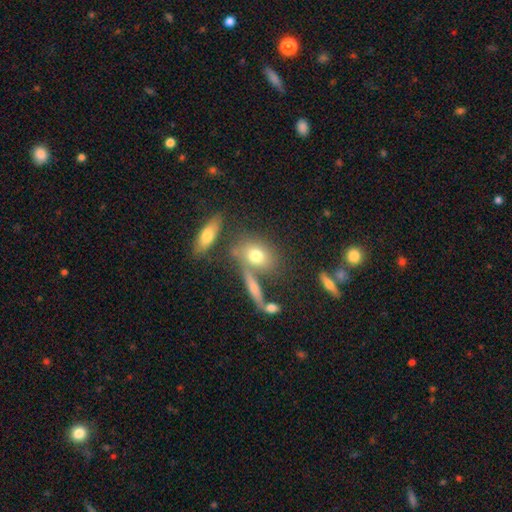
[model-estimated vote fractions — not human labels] This appears to be a smooth galaxy with no disk features (71%) that is in between round and cigar-shaped (58%). Merging: none (54%).